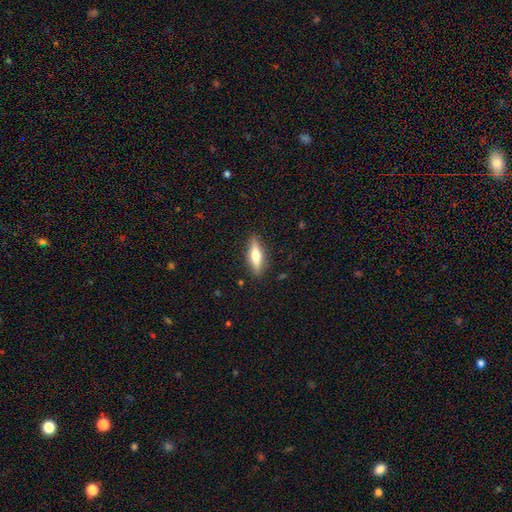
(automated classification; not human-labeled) Smooth or featured?
  - smooth: 54% *
  - featured or disk: 40%
  - star or artifact: 6%
How rounded?
  - cigar-shaped: 57% *
  - in between: 41%
  - round: 2%
Merging?
  - none: 88% *
  - minor disturbance: 9%
  - major disturbance: 2%
  - merger: 1%